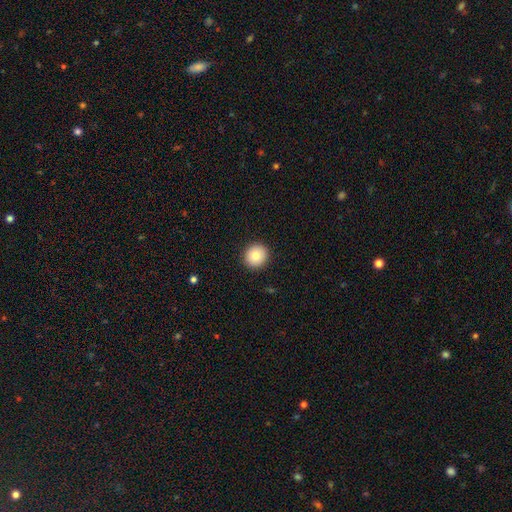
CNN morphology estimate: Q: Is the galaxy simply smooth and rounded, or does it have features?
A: smooth — 84%.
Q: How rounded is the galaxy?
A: round — 91%.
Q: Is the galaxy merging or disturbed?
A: none — 92%.